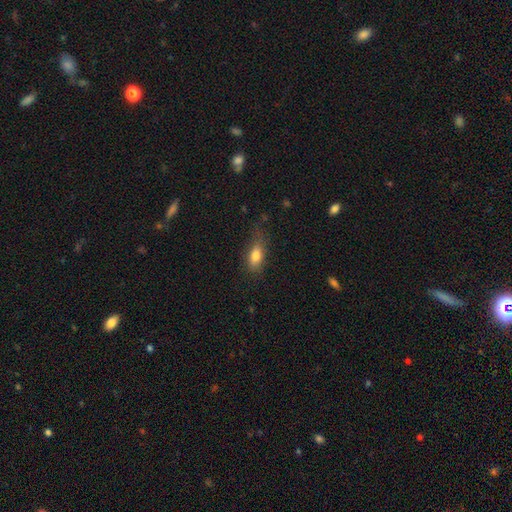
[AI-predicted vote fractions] Overall: smooth (79%). How rounded: in between (80%). Merging: none (62%; minor disturbance 26%).